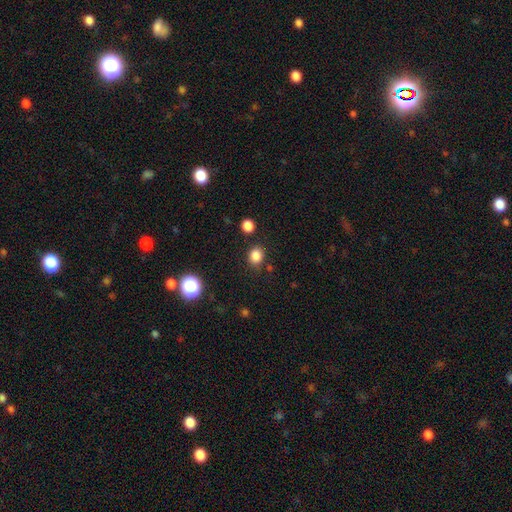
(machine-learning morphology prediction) A smooth galaxy with no disk features (84%) that is round (63%). Merging: none (81%).